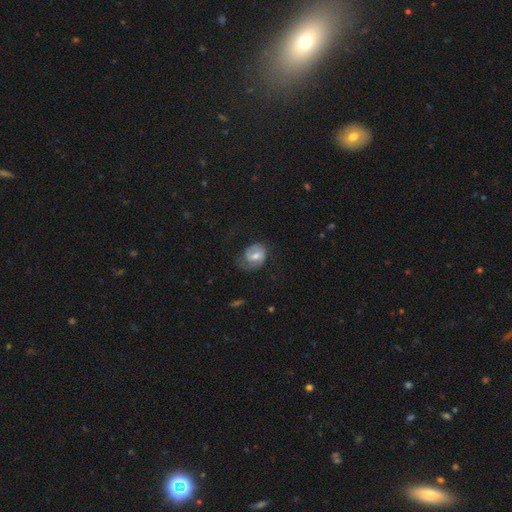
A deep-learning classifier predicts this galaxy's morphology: Smooth or featured? featured or disk (49%)
Merging? none (49%)